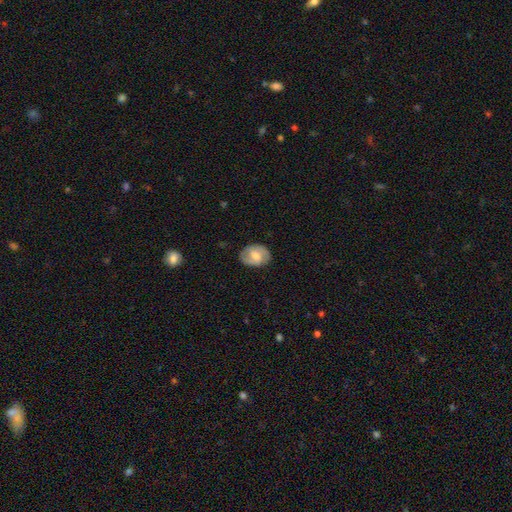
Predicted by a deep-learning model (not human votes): The model was most divided on "smooth or featured": featured or disk: 57%, smooth: 37%, star or artifact: 7%. More confident: edge-on disk — no (96%); merging — none (80%); spiral arms — yes (76%); bulge size — moderate (54%); bar — weak (51%).